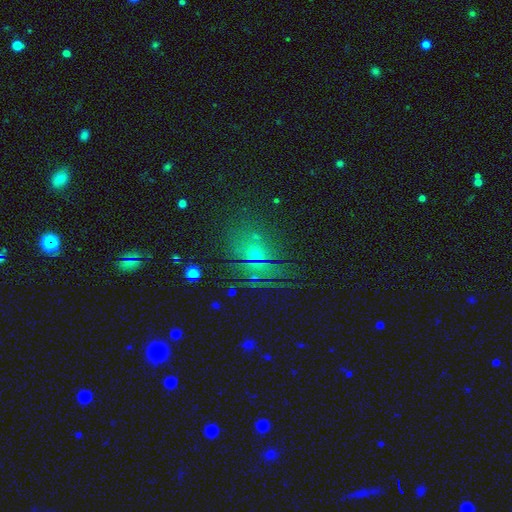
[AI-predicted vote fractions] smooth_or_featured: smooth (p=0.47) [alt: star or artifact p=0.35]
merging: none (p=0.71) [alt: minor disturbance p=0.16]